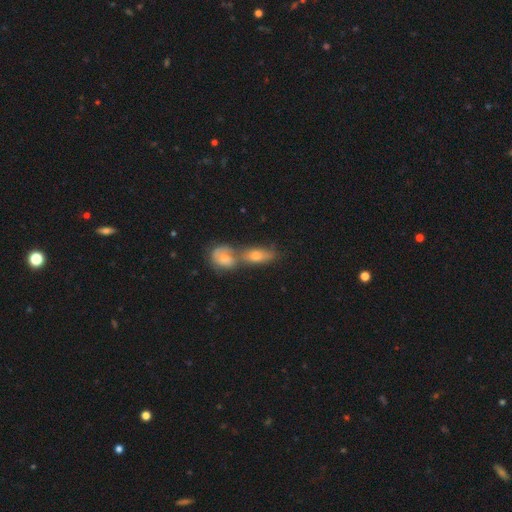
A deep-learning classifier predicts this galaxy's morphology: This is possibly a smooth galaxy (50%). Merging: possibly merger (58%).